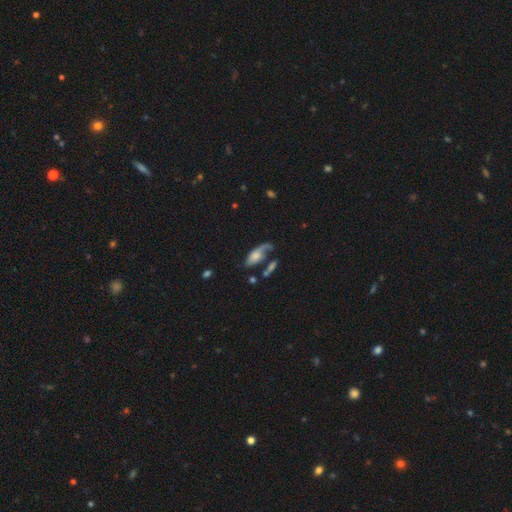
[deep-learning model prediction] Overall: featured or disk (49%; smooth 42%). Merging: none (35%; major disturbance 27%).